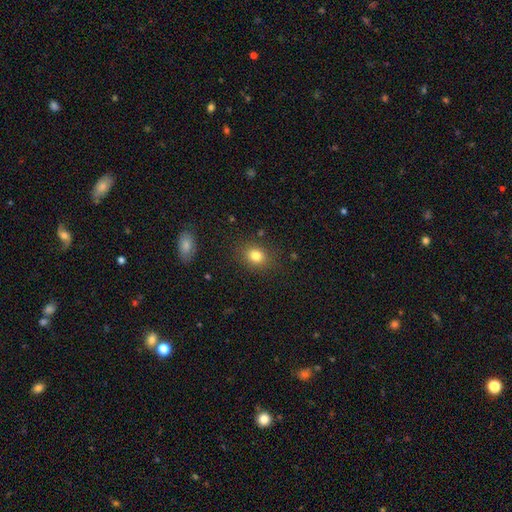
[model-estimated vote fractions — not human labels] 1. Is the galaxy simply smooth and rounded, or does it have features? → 81% smooth, 12% star or artifact, 7% featured or disk.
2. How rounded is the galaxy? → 52% round, 47% in between, 1% cigar-shaped.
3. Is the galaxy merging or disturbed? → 85% none, 10% minor disturbance, 3% major disturbance, 2% merger.